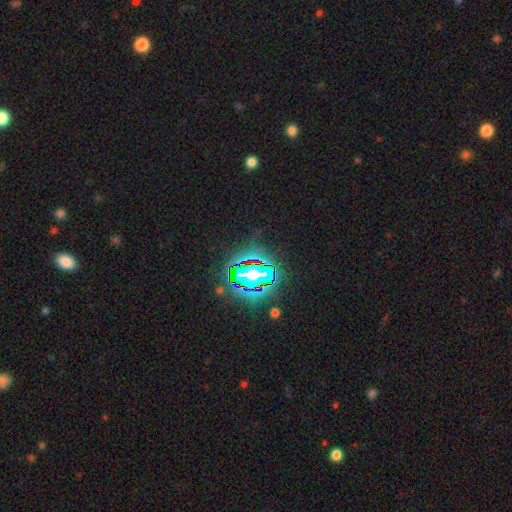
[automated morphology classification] The model was most divided on "smooth or featured": star or artifact: 83%, smooth: 10%, featured or disk: 7%.